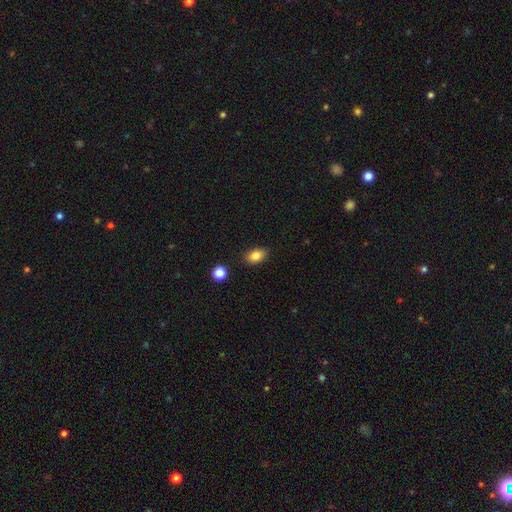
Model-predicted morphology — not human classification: Smooth or featured?
  - smooth: 84% *
  - star or artifact: 9%
  - featured or disk: 7%
How rounded?
  - in between: 83% *
  - round: 16%
  - cigar-shaped: 2%
Merging?
  - none: 87% *
  - minor disturbance: 9%
  - major disturbance: 2%
  - merger: 2%